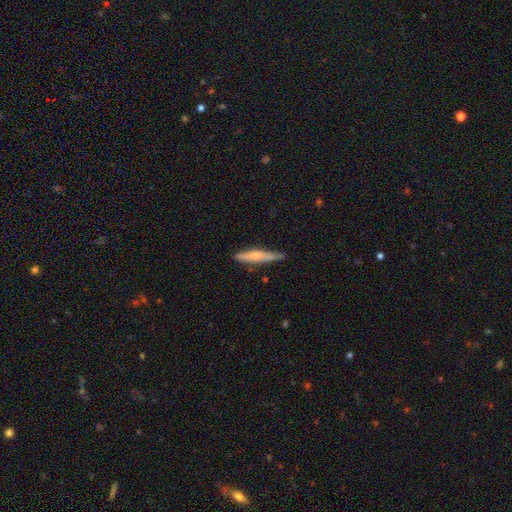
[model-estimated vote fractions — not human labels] Q: Smooth or featured?
A: smooth (57%); runner-up: featured or disk (37%)
Q: How rounded?
A: cigar-shaped (92%); runner-up: in between (7%)
Q: Merging?
A: none (79%); runner-up: minor disturbance (16%)